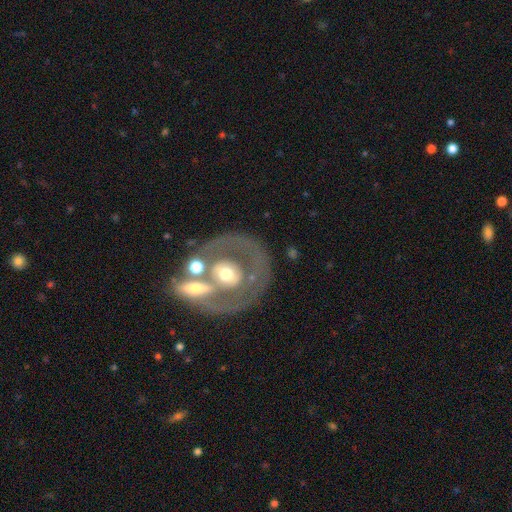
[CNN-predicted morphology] type=featured or disk (73%); edge-on=no (94%); bar=no (60%); spiral arms=no (60%); bulge=moderate (67%); merging=none (40%).